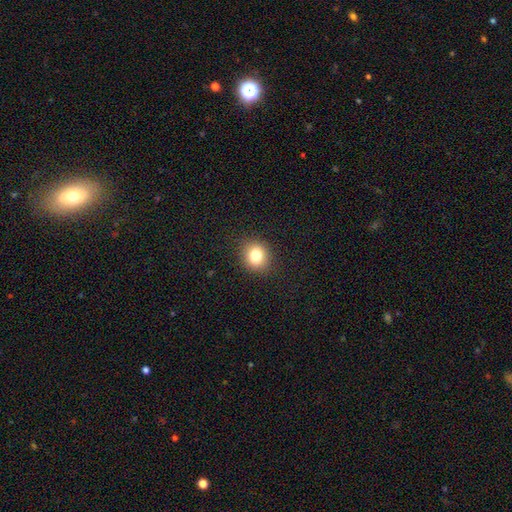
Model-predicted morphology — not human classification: Smooth or featured: smooth — 80% (star or artifact — 12%)
How rounded: round — 79% (in between — 20%)
Merging: none — 90% (minor disturbance — 7%)